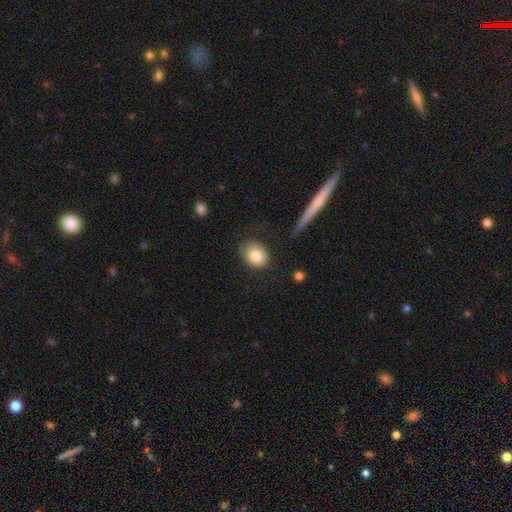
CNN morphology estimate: A smooth galaxy with no disk features (81%) that is round (54%).

Vote fractions:
- Smooth or featured? smooth: 81% / featured or disk: 11% / star or artifact: 8%
- How rounded? round: 54% / in between: 44% / cigar-shaped: 1%
- Merging? none: 73% / minor disturbance: 19% / major disturbance: 6% / merger: 2%